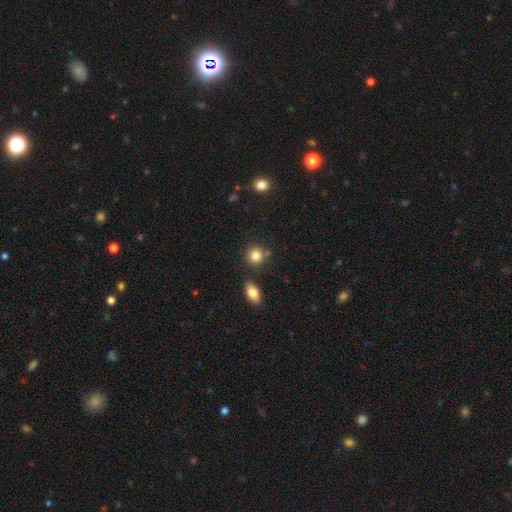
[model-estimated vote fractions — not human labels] Smooth or featured? smooth (85%)
How rounded? round (84%)
Merging? none (75%)